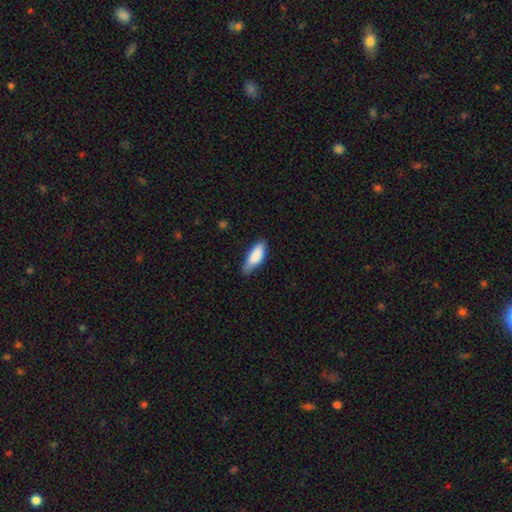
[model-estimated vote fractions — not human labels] Q: Smooth or featured?
A: smooth (85%); runner-up: featured or disk (9%)
Q: How rounded?
A: in between (65%); runner-up: cigar-shaped (34%)
Q: Merging?
A: none (67%); runner-up: minor disturbance (28%)